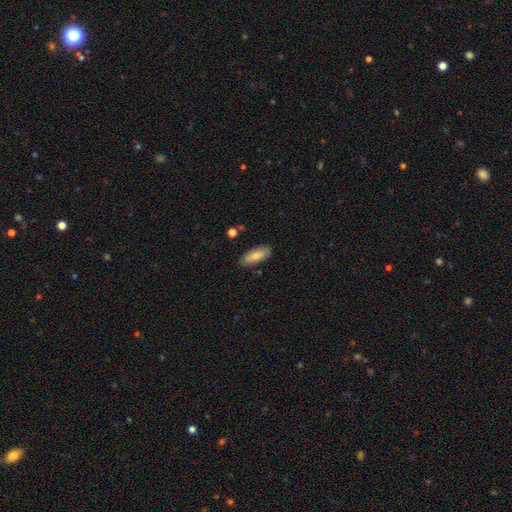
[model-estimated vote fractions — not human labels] smooth-or-featured: smooth: 76% | featured or disk: 18% | star or artifact: 6%
  how-rounded: in between: 80% | cigar-shaped: 17% | round: 2%
  merging: none: 84% | minor disturbance: 12% | major disturbance: 2% | merger: 2%